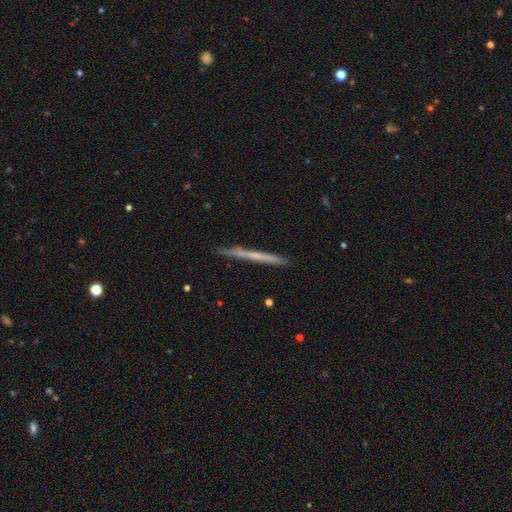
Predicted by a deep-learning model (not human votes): A featured or disk galaxy (48%). Merging: none (90%).